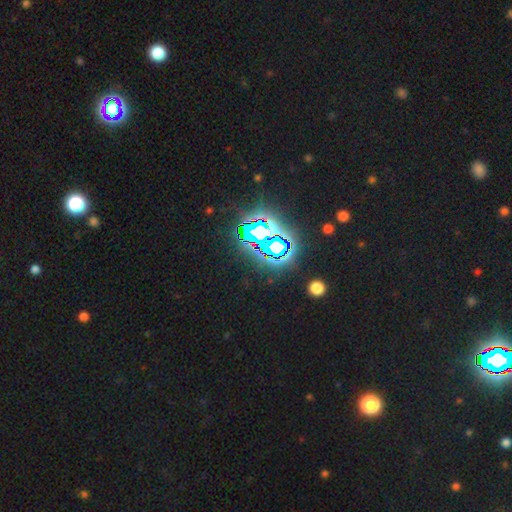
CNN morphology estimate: type=star or artifact (78%).